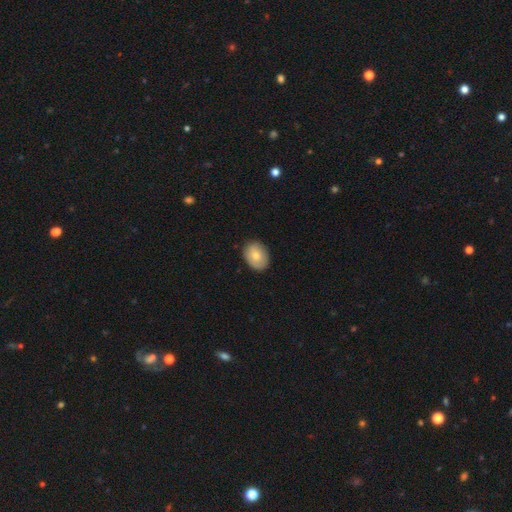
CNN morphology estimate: A smooth galaxy with no disk features (75%) that is in between round and cigar-shaped (68%).

Vote fractions:
- Smooth or featured? smooth: 75% / featured or disk: 18% / star or artifact: 7%
- How rounded? in between: 68% / round: 31% / cigar-shaped: 1%
- Merging? none: 85% / minor disturbance: 12% / major disturbance: 2% / merger: 1%